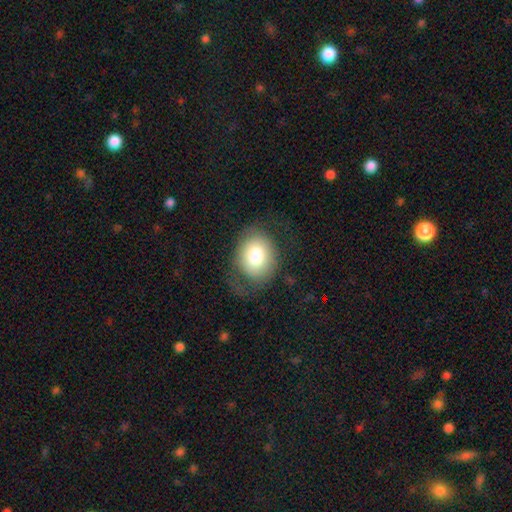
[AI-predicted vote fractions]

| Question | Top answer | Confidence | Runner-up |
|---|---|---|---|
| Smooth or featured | smooth | 76% | featured or disk (16%) |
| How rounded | round | 54% | in between (45%) |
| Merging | none | 63% | minor disturbance (20%) |